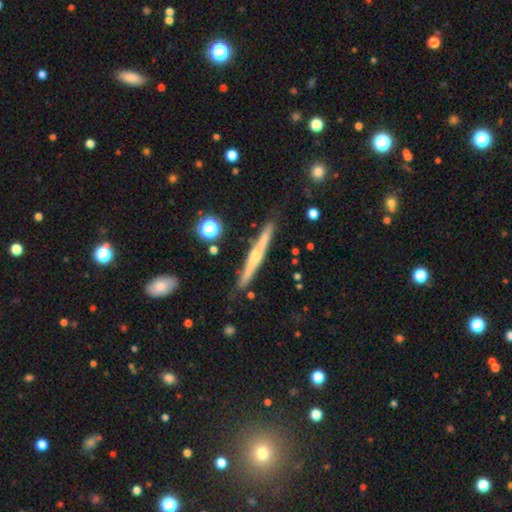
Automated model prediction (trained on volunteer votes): Morphology: type=featured or disk (70%); edge-on=yes (97%); edge-on bulge=rounded (77%); merging=none (87%).